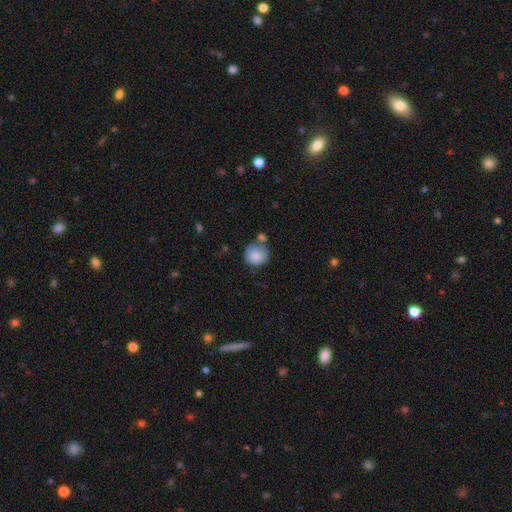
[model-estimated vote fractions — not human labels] smooth_or_featured: smooth (p=0.86) [alt: star or artifact p=0.07]
how_rounded: round (p=0.89) [alt: in between p=0.10]
merging: none (p=0.64) [alt: minor disturbance p=0.17]